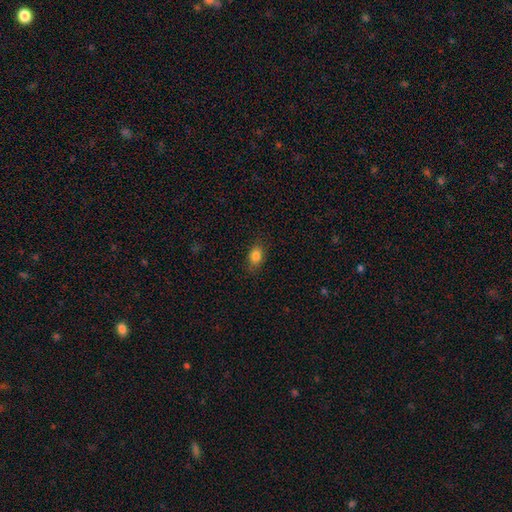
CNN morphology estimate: A smooth galaxy with no disk features (83%) that is in between round and cigar-shaped (74%).

Vote fractions:
- Smooth or featured? smooth: 83% / star or artifact: 10% / featured or disk: 7%
- How rounded? in between: 74% / round: 24% / cigar-shaped: 3%
- Merging? none: 83% / minor disturbance: 13% / major disturbance: 3% / merger: 1%